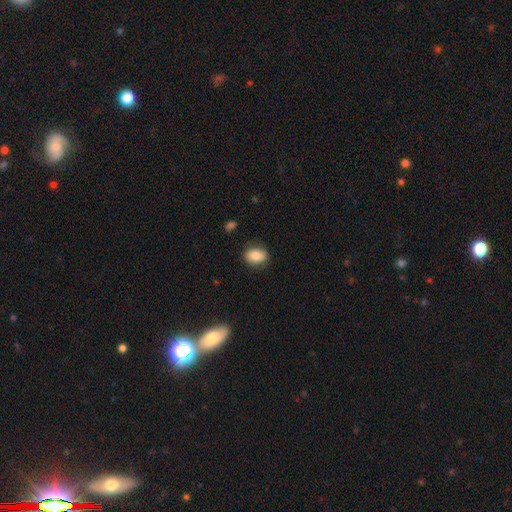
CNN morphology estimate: The model was most divided on "how rounded": in between: 71%, round: 28%, cigar-shaped: 1%. More confident: smooth or featured — smooth (85%); merging — none (83%).